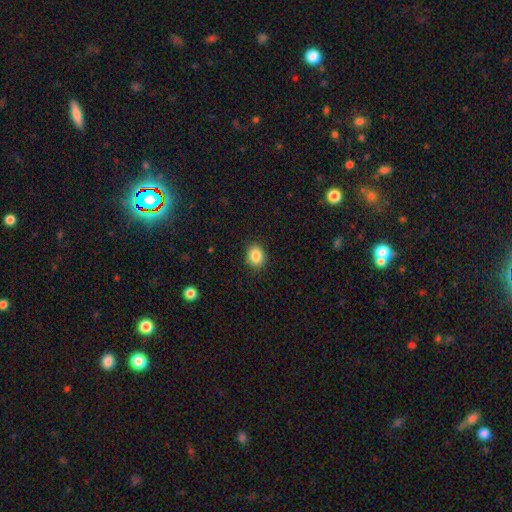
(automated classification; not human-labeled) Smooth or featured? Predicted: smooth (p=0.86). How rounded? Predicted: round (p=0.66). Merging? Predicted: none (p=0.89).